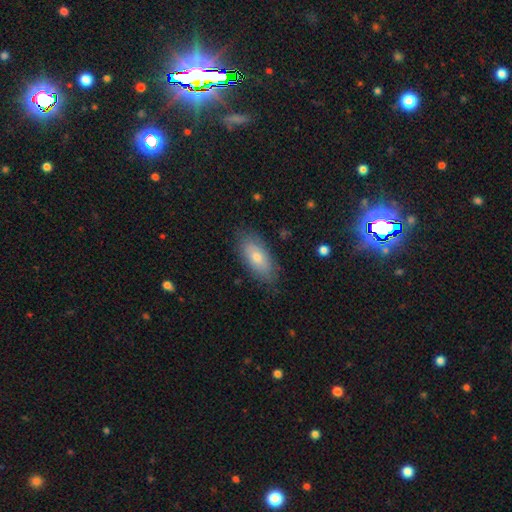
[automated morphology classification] Smooth or featured? Predicted: smooth (p=0.69). How rounded? Predicted: in between (p=0.85). Merging? Predicted: none (p=0.83).